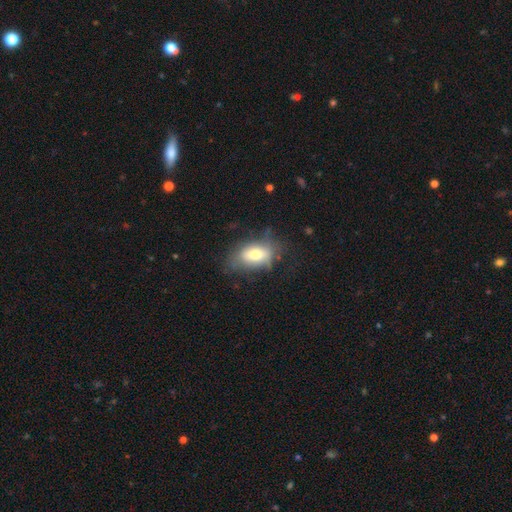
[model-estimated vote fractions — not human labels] Smooth or featured?
  - smooth: 67% *
  - featured or disk: 24%
  - star or artifact: 9%
How rounded?
  - in between: 88% *
  - round: 9%
  - cigar-shaped: 4%
Merging?
  - none: 58% *
  - minor disturbance: 27%
  - major disturbance: 13%
  - merger: 2%